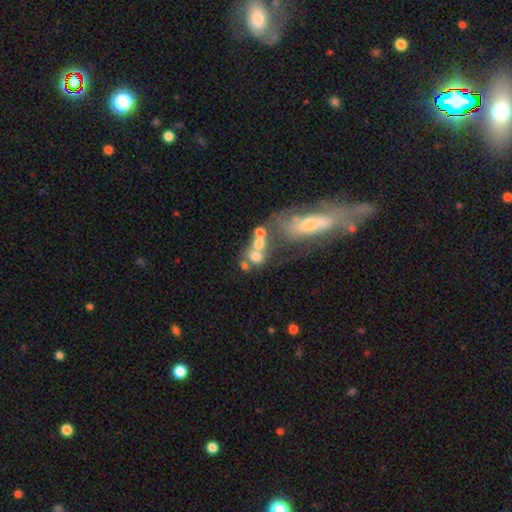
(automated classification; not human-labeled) This is possibly a smooth galaxy (54%). How rounded: possibly round (57%). Merging: possibly merger (54%).